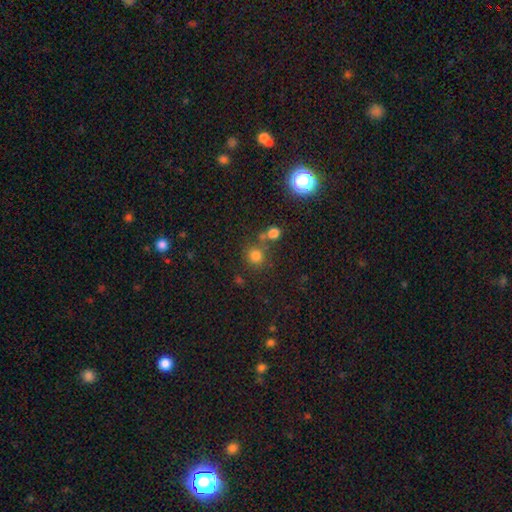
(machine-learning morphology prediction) The model was most divided on "merging": none: 65%, merger: 20%, minor disturbance: 10%, major disturbance: 5%. More confident: how rounded — round (87%); smooth or featured — smooth (76%).